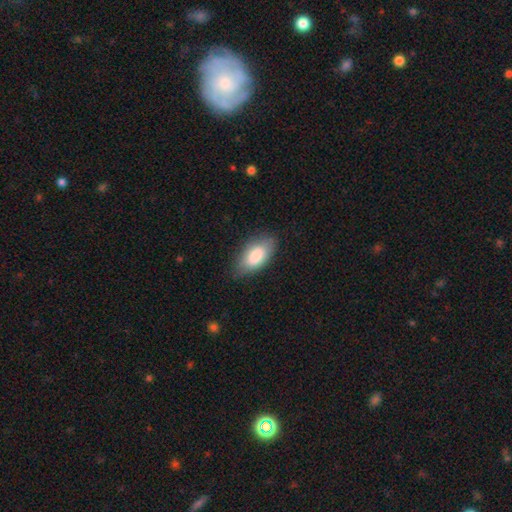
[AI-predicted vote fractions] This appears to be a smooth galaxy with no disk features (83%) that is in between round and cigar-shaped (91%). Merging: none (76%).